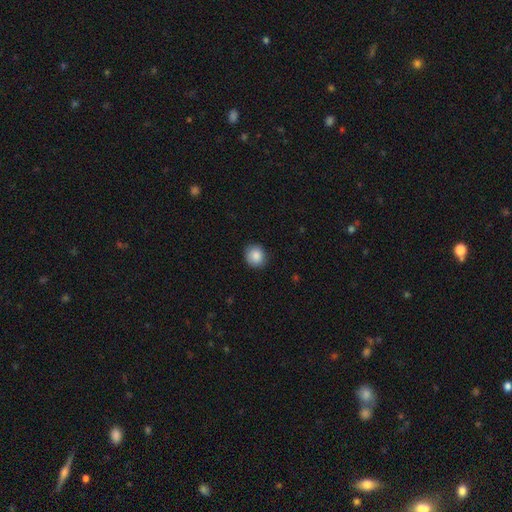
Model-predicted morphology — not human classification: Overall: smooth (88%). How rounded: round (86%). Merging: none (88%).